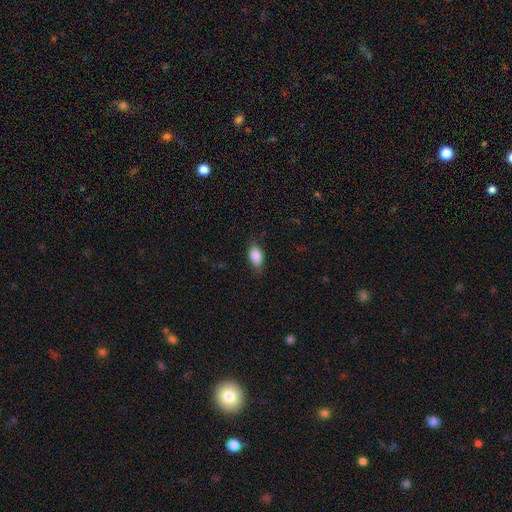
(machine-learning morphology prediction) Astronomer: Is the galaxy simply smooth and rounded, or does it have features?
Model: smooth — 87%.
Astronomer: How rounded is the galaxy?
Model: in between — 90%.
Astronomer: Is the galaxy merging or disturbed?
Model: none — 78%.